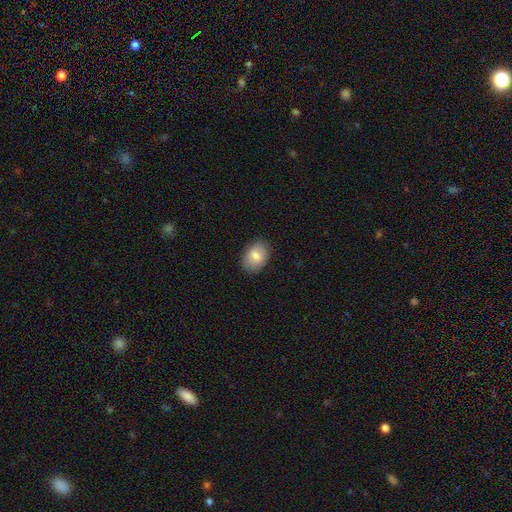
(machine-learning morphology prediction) smooth-or-featured: smooth: 78% | featured or disk: 15% | star or artifact: 7%
  how-rounded: in between: 79% | round: 20% | cigar-shaped: 1%
  merging: none: 86% | minor disturbance: 11% | major disturbance: 2% | merger: 1%